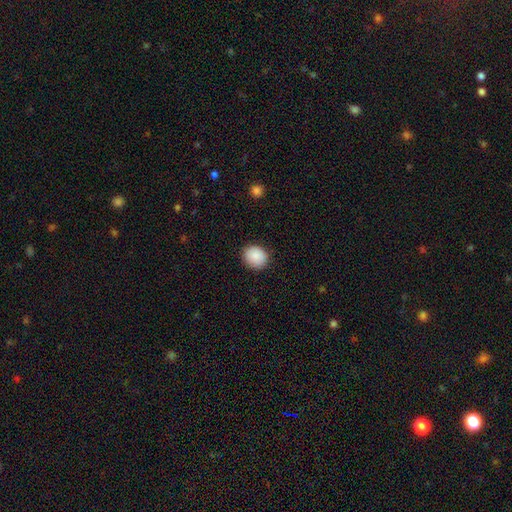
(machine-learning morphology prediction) This appears to be a smooth galaxy with no disk features (88%) that is round (79%). Merging: none (89%).